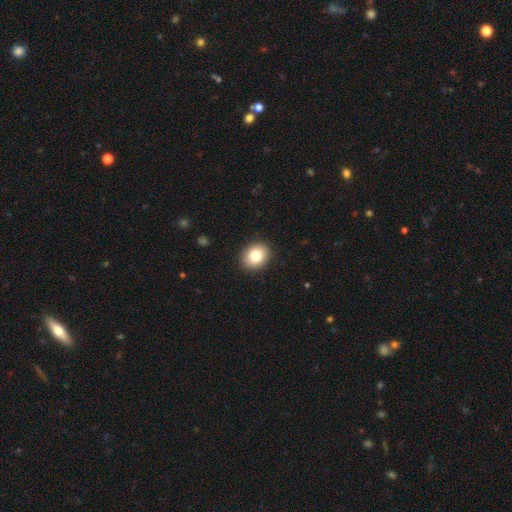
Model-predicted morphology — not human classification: Smooth or featured? Predicted: smooth (p=0.82). How rounded? Predicted: round (p=0.53). Merging? Predicted: none (p=0.91).